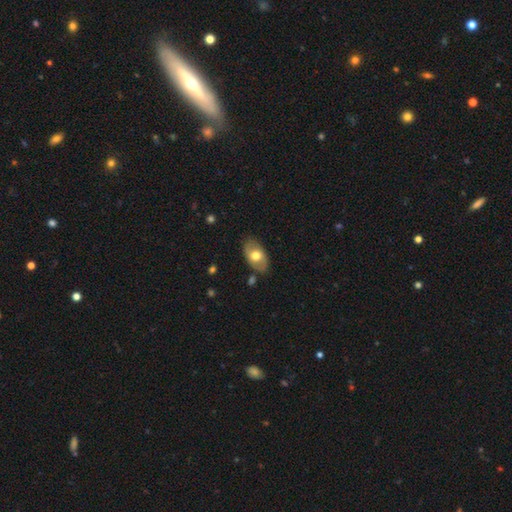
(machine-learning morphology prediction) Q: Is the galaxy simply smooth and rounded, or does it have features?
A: smooth — 64%.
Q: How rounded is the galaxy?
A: in between — 91%.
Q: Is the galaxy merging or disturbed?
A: none — 80%.